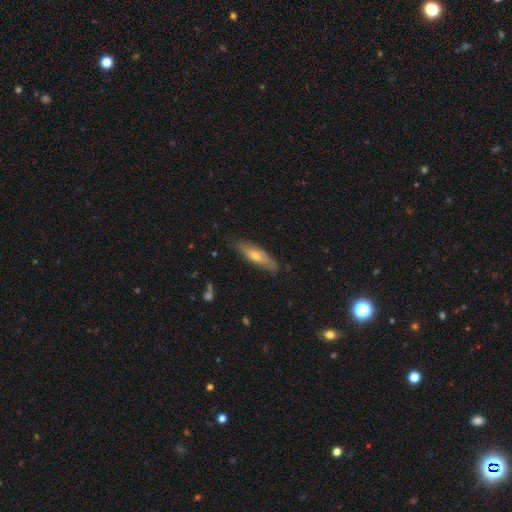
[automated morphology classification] smooth_or_featured: smooth (p=0.49) [alt: featured or disk p=0.44]
merging: none (p=0.80) [alt: minor disturbance p=0.16]